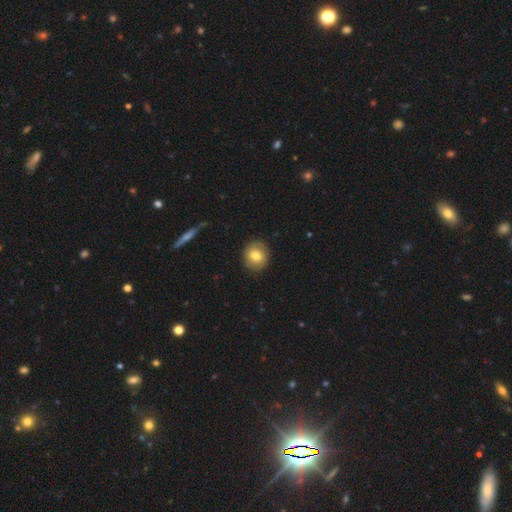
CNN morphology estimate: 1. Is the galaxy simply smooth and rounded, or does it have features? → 77% smooth, 15% featured or disk, 8% star or artifact.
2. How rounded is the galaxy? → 84% round, 15% in between, 1% cigar-shaped.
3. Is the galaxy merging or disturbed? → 88% none, 8% minor disturbance, 2% major disturbance, 1% merger.